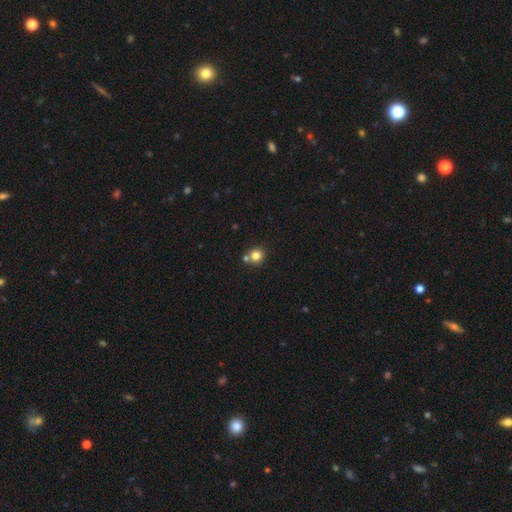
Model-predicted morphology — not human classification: Q: Smooth or featured?
A: smooth (80%); runner-up: star or artifact (12%)
Q: How rounded?
A: round (89%); runner-up: in between (10%)
Q: Merging?
A: none (65%); runner-up: merger (24%)